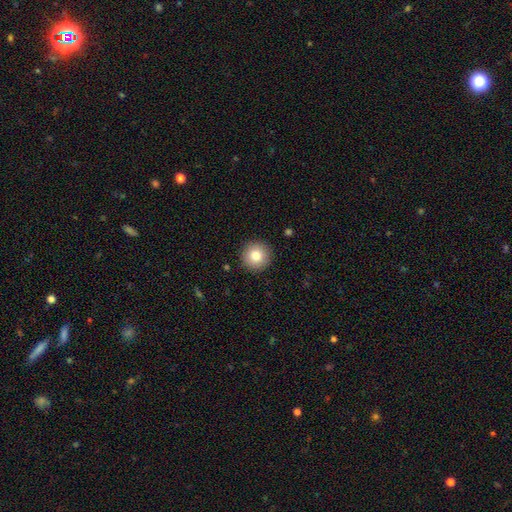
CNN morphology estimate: type=smooth (79%); roundness=round (96%); merging=none (92%).